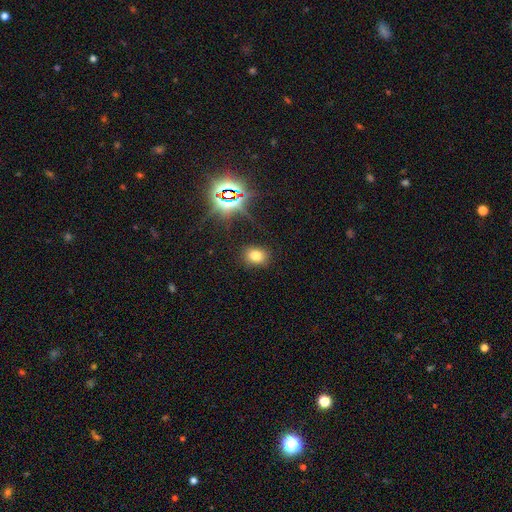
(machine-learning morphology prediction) A smooth galaxy with no disk features (71%) that is in between round and cigar-shaped (56%).

Vote fractions:
- Smooth or featured? smooth: 71% / star or artifact: 20% / featured or disk: 9%
- How rounded? in between: 56% / round: 43% / cigar-shaped: 1%
- Merging? none: 85% / minor disturbance: 9% / major disturbance: 3% / merger: 2%